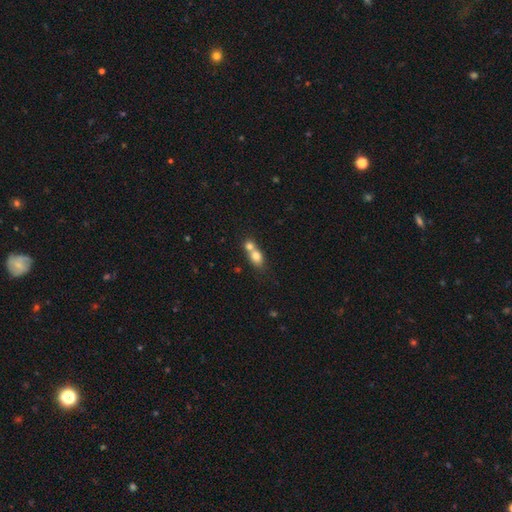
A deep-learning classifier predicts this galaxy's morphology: smooth-or-featured: smooth: 76% | featured or disk: 14% | star or artifact: 10%
  how-rounded: in between: 54% | round: 43% | cigar-shaped: 4%
  merging: merger: 62% | none: 27% | minor disturbance: 7% | major disturbance: 3%